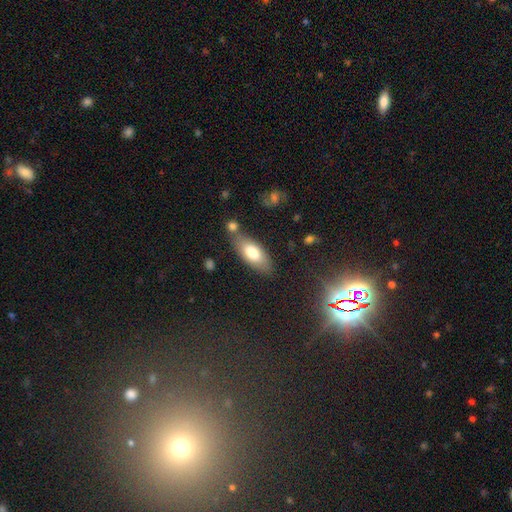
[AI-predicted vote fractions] A smooth galaxy with no disk features (74%) that is in between round and cigar-shaped (81%).

Vote fractions:
- Smooth or featured? smooth: 74% / featured or disk: 18% / star or artifact: 7%
- How rounded? in between: 81% / cigar-shaped: 16% / round: 3%
- Merging? none: 73% / minor disturbance: 15% / merger: 8% / major disturbance: 4%